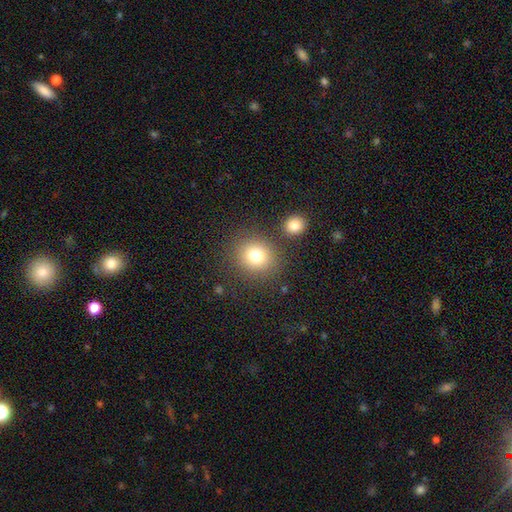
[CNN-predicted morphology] This appears to be a smooth galaxy with no disk features (78%) that is round (86%). Merging: none (80%).